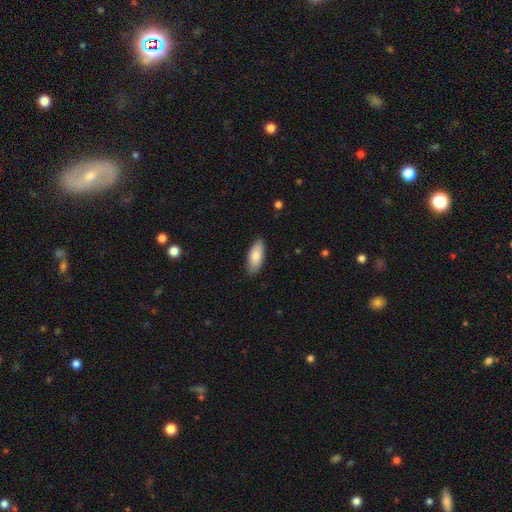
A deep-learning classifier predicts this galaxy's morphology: type=smooth (83%); roundness=in between (85%); merging=none (86%).